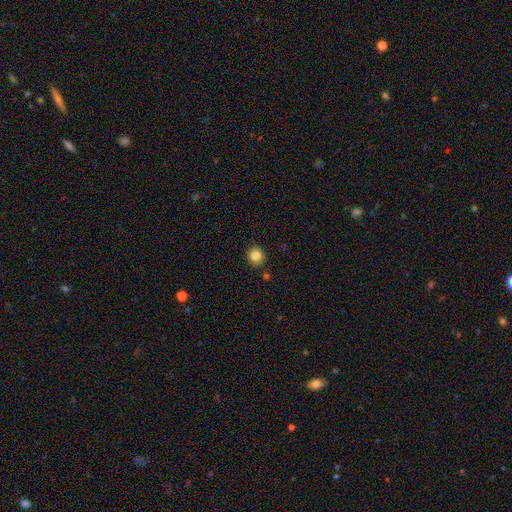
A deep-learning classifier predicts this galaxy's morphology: This is clearly a smooth galaxy (83%). How rounded: clearly round (88%). Merging: clearly none (90%).